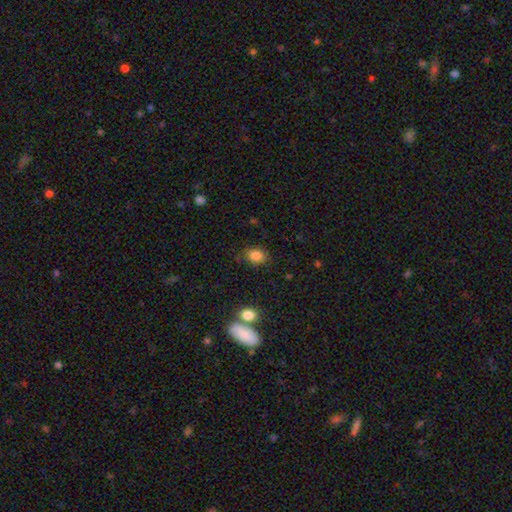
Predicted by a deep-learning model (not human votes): The model was most divided on "how rounded": in between: 58%, round: 41%, cigar-shaped: 1%. More confident: smooth or featured — smooth (84%); merging — none (77%).